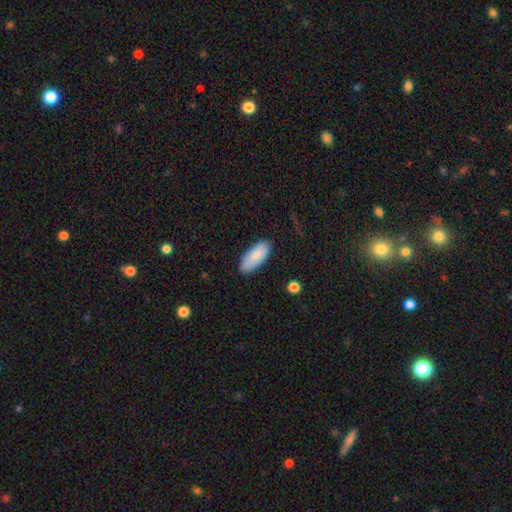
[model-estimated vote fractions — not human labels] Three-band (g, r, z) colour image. It shows a smooth galaxy with no disk features (86%) that is in between round and cigar-shaped (84%). Merging: none (85%).